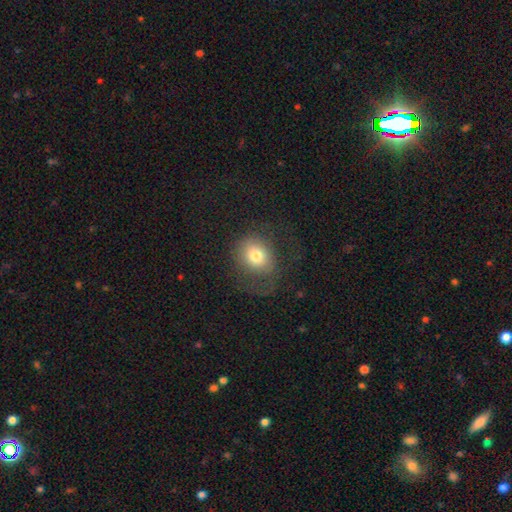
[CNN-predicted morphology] smooth 73%, featured or disk 16%, star or artifact 11%. Down the decision tree: how rounded — round (61%); merging — none (50%).